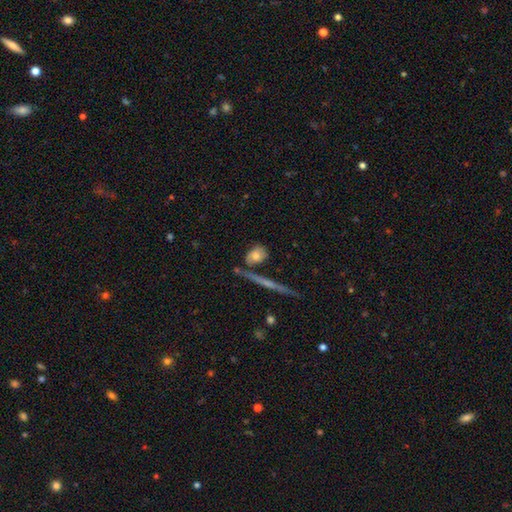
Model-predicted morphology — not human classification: smooth_or_featured: smooth (p=0.67) [alt: featured or disk p=0.25]
how_rounded: in between (p=0.63) [alt: round p=0.25]
merging: none (p=0.54) [alt: minor disturbance p=0.21]